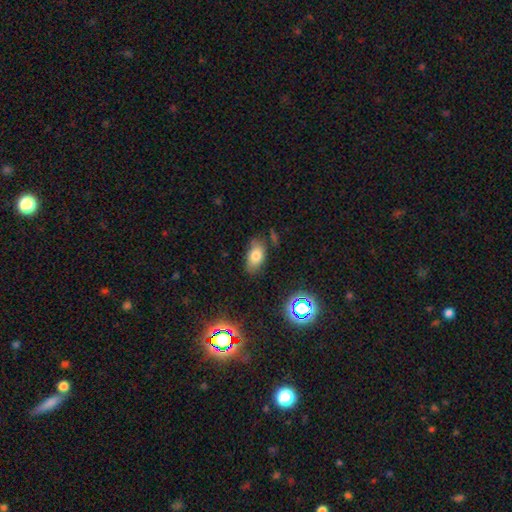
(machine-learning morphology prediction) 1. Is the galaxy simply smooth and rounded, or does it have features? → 76% smooth, 13% star or artifact, 11% featured or disk.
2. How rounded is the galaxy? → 91% in between, 6% round, 3% cigar-shaped.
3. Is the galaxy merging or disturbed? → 74% none, 18% minor disturbance, 4% major disturbance, 4% merger.